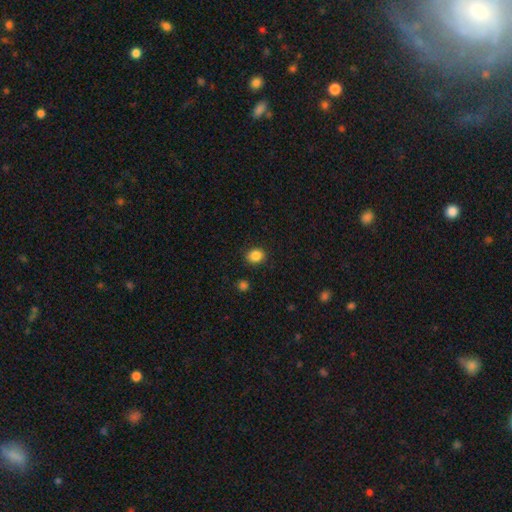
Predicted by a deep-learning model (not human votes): The model was most divided on "how rounded": round: 62%, in between: 37%, cigar-shaped: 1%. More confident: merging — none (88%); smooth or featured — smooth (86%).